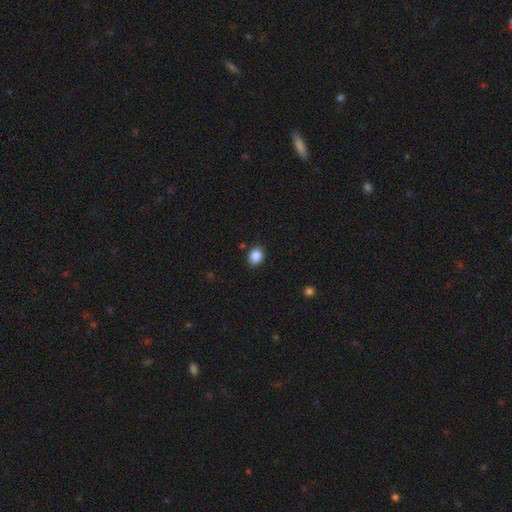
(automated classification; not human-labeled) smooth_or_featured: smooth (p=0.87) [alt: star or artifact p=0.09]
how_rounded: round (p=0.57) [alt: in between p=0.42]
merging: none (p=0.88) [alt: minor disturbance p=0.09]